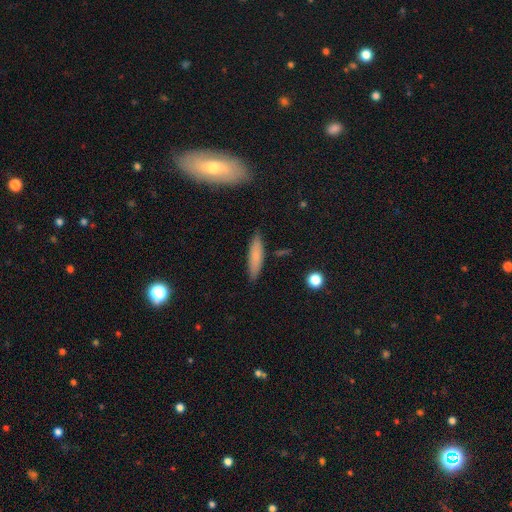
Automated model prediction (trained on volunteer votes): smooth-or-featured: smooth: 77% | featured or disk: 16% | star or artifact: 7%
  how-rounded: cigar-shaped: 77% | in between: 21% | round: 2%
  merging: none: 86% | minor disturbance: 10% | major disturbance: 2% | merger: 2%